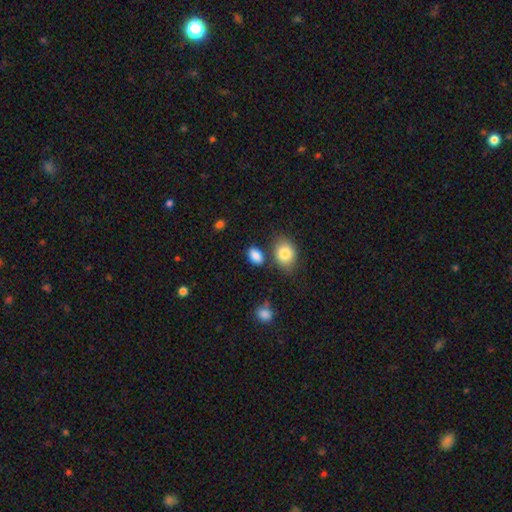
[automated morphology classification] Smooth or featured: smooth — 86% (star or artifact — 9%)
How rounded: in between — 85% (round — 14%)
Merging: none — 73% (minor disturbance — 13%)